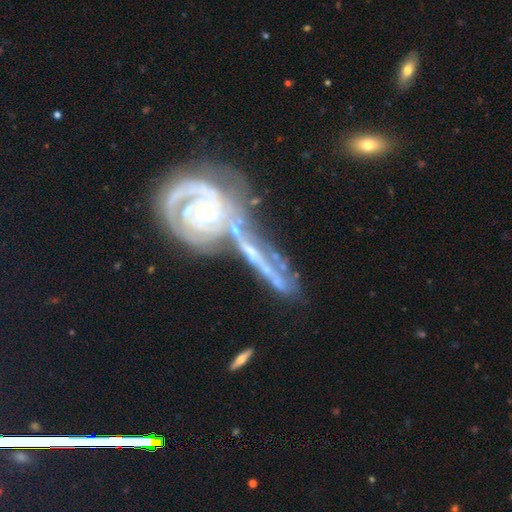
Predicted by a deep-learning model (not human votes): This is clearly a featured or disk galaxy (80%). It is likely not viewed edge-on (79%). Bar: likely no (65%). Spiral arm pattern: clearly yes (81%). Spiral arm count: marginally can't tell (37%). Spiral winding: likely tight (67%). Central bulge: likely small (67%). Merging: possibly merger (47%).